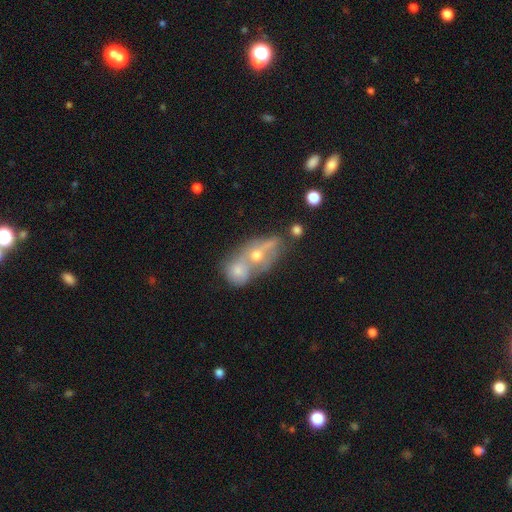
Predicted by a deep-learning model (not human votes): A featured or disk galaxy (48%). Merging: merger (67%).